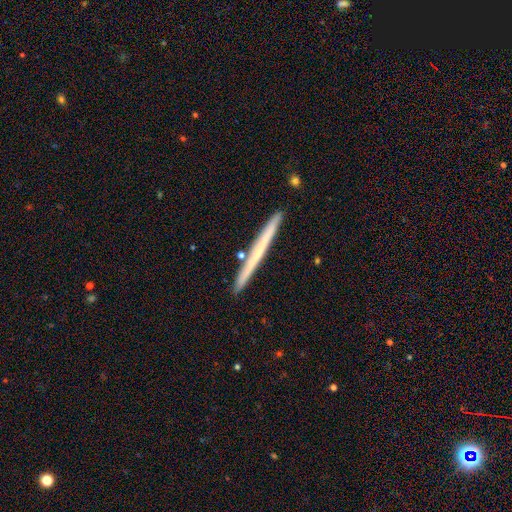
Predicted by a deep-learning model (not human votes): featured or disk 47%, smooth 46%, star or artifact 7%. Down the decision tree: merging — none (91%).